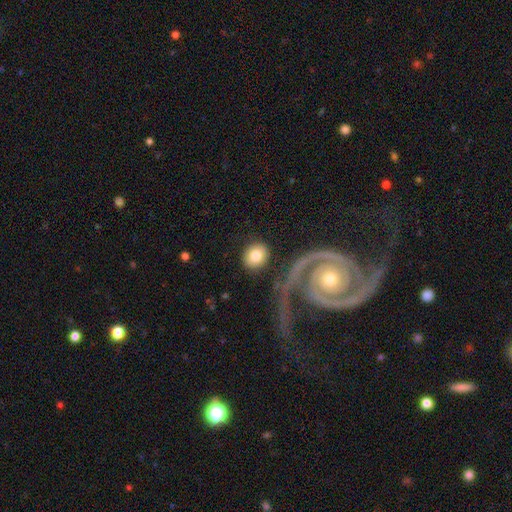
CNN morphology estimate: Smooth or featured? smooth (78%)
How rounded? round (78%)
Merging? none (81%)